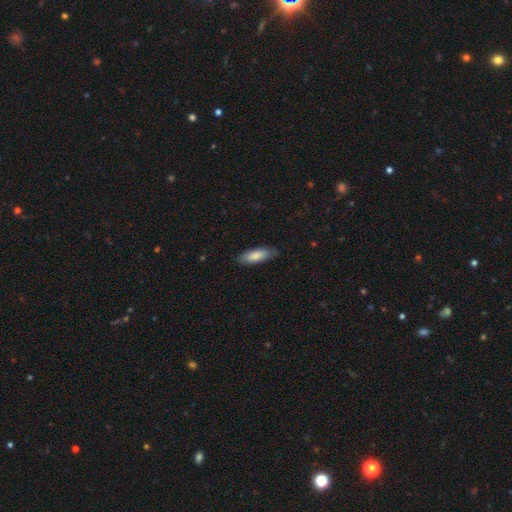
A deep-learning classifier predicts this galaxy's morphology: Smooth or featured?
  - smooth: 83% *
  - featured or disk: 11%
  - star or artifact: 6%
How rounded?
  - in between: 66% *
  - cigar-shaped: 32%
  - round: 2%
Merging?
  - none: 82% *
  - minor disturbance: 14%
  - major disturbance: 3%
  - merger: 1%